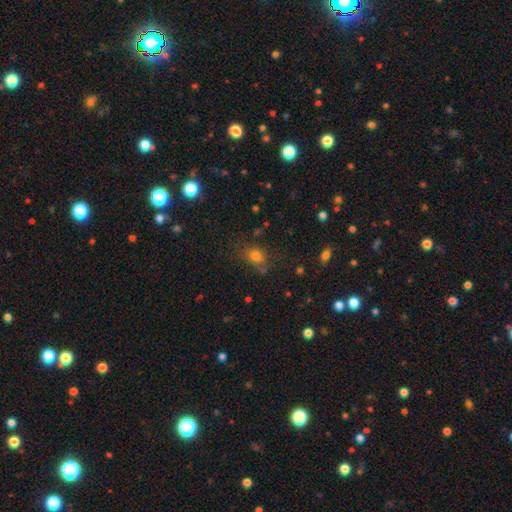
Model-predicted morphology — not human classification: smooth 72%, star or artifact 19%, featured or disk 9%. Down the decision tree: how rounded — round (53%); merging — none (65%).